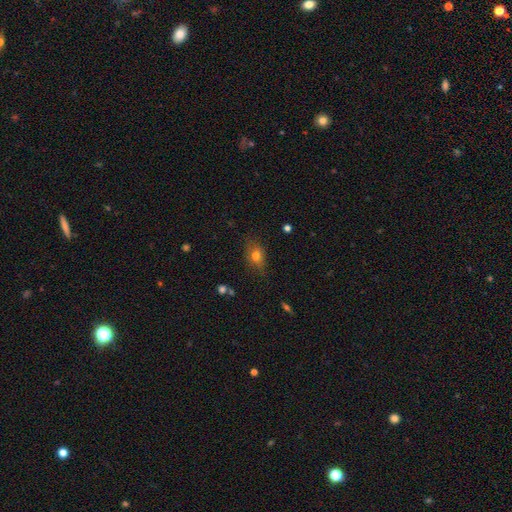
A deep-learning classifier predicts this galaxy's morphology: Overall: smooth (74%). How rounded: in between (73%). Merging: none (73%).